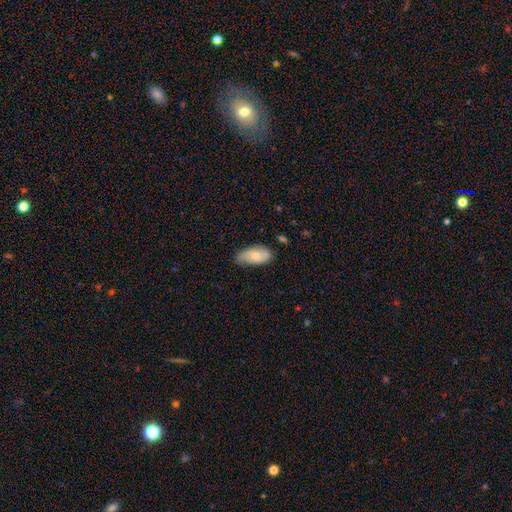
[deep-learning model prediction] Smooth or featured? smooth (59%)
How rounded? in between (93%)
Merging? none (58%)